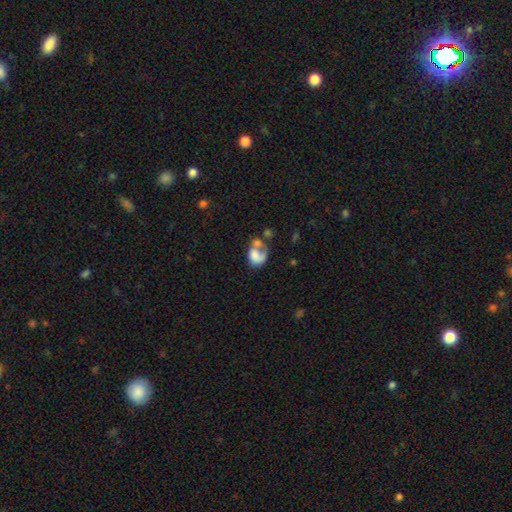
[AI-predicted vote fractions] Overall: smooth (57%; featured or disk 34%). How rounded: in between (63%; round 36%). Merging: merger (38%; major disturbance 27%).